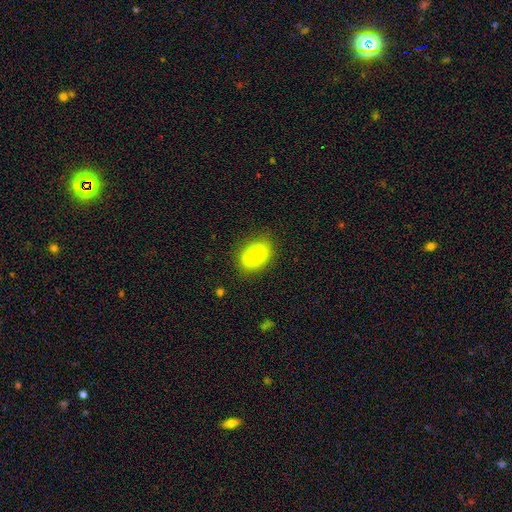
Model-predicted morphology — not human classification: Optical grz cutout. It shows a smooth galaxy with no disk features (75%) that is in between round and cigar-shaped (85%). Merging: none (74%).